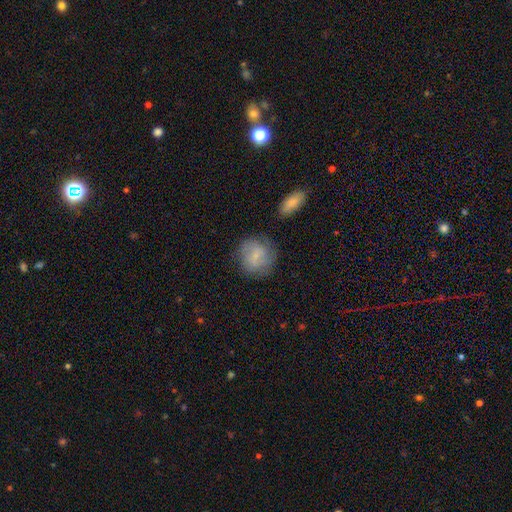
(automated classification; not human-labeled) smooth_or_featured: smooth (p=0.63) [alt: featured or disk p=0.29]
how_rounded: round (p=0.82) [alt: in between p=0.17]
merging: none (p=0.69) [alt: minor disturbance p=0.20]